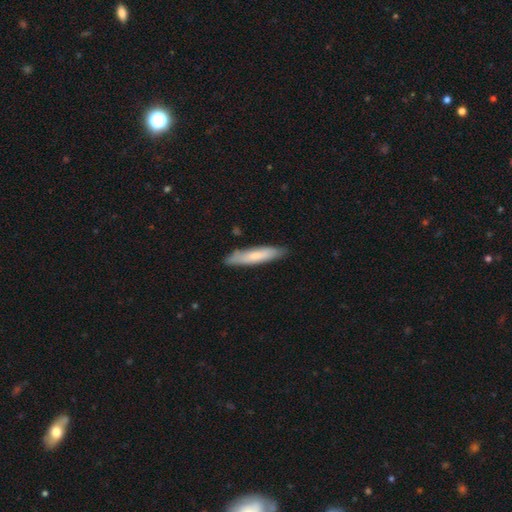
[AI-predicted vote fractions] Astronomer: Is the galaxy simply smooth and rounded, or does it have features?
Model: smooth — 72%.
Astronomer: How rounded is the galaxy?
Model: cigar-shaped — 84%.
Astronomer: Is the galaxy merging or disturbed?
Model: none — 85%.